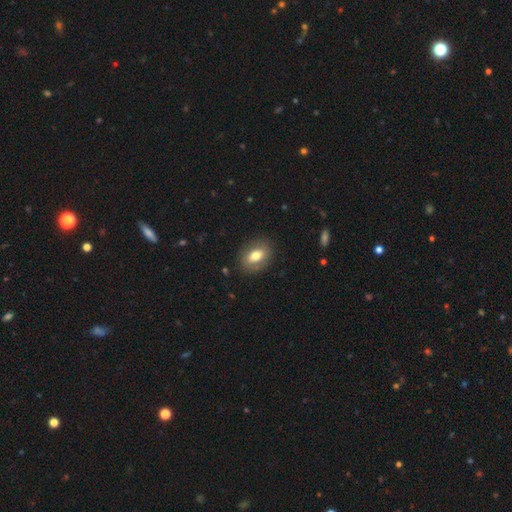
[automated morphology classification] Q: Smooth or featured?
A: smooth (70%); runner-up: featured or disk (23%)
Q: How rounded?
A: in between (79%); runner-up: round (19%)
Q: Merging?
A: none (84%); runner-up: minor disturbance (11%)